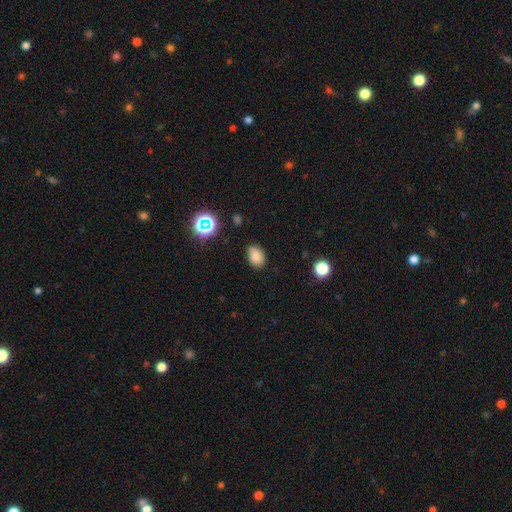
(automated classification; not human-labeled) smooth_or_featured: smooth (p=0.77) [alt: star or artifact p=0.14]
how_rounded: in between (p=0.77) [alt: round p=0.21]
merging: none (p=0.77) [alt: minor disturbance p=0.18]